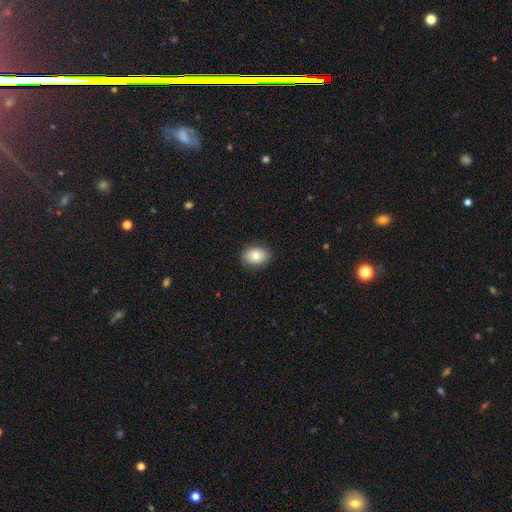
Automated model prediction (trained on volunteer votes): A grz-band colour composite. It shows a smooth galaxy with no disk features (79%) that is in between round and cigar-shaped (64%). Merging: none (86%).